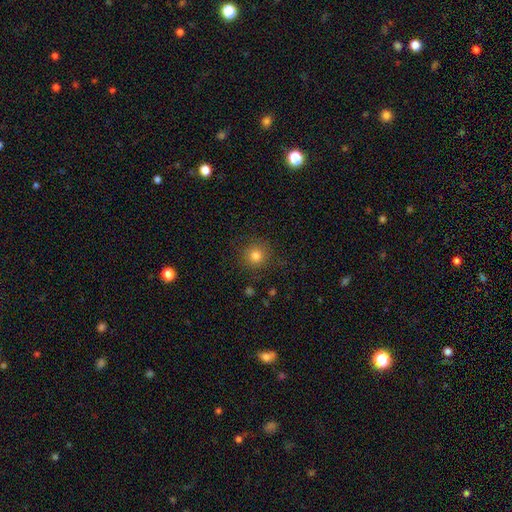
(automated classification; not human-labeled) Smooth or featured? smooth (81%)
How rounded? round (93%)
Merging? none (87%)